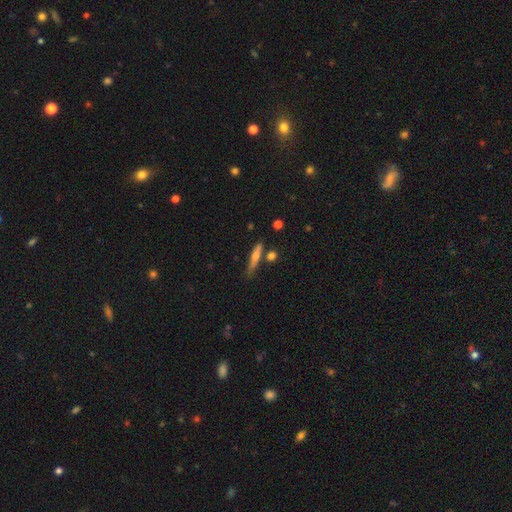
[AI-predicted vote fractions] Morphology: type=smooth (51%); roundness=cigar-shaped (87%); merging=none (70%).